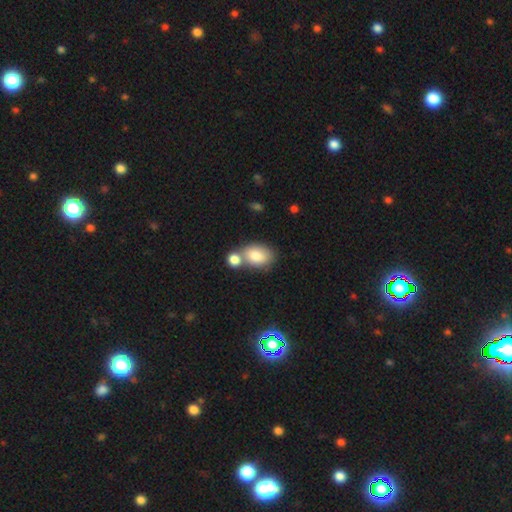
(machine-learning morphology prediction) A smooth galaxy with no disk features (81%) that is in between round and cigar-shaped (78%).

Vote fractions:
- Smooth or featured? smooth: 81% / featured or disk: 12% / star or artifact: 8%
- How rounded? in between: 78% / round: 21% / cigar-shaped: 1%
- Merging? none: 43% / merger: 41% / minor disturbance: 12% / major disturbance: 4%